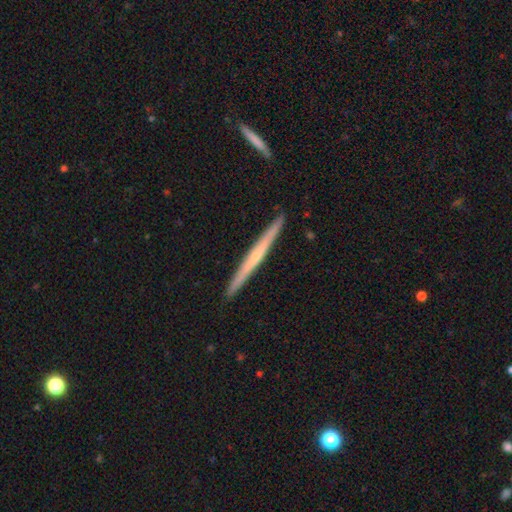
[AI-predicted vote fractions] featured or disk 62%, smooth 33%, star or artifact 5%. Down the decision tree: edge-on disk — yes (98%); edge-on bulge — none (58%); merging — none (92%).